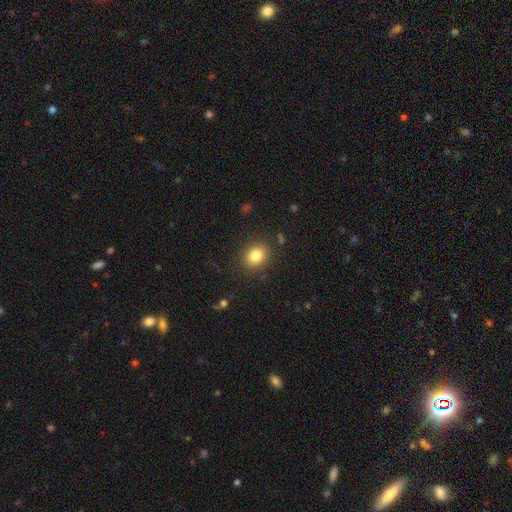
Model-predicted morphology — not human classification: smooth 82%, star or artifact 11%, featured or disk 7%. Down the decision tree: how rounded — round (65%); merging — none (87%).